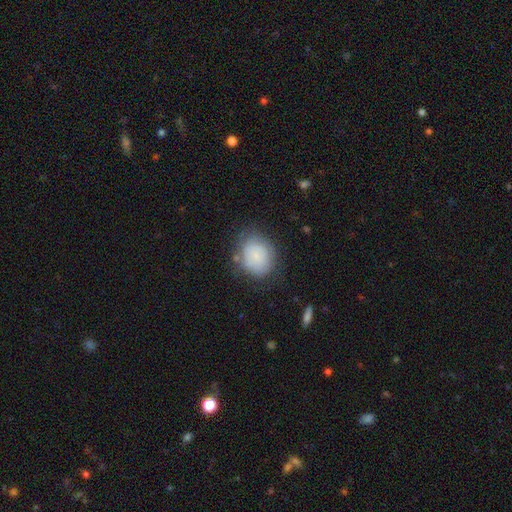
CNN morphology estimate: Smooth or featured? smooth (67%)
How rounded? round (65%)
Merging? none (66%)